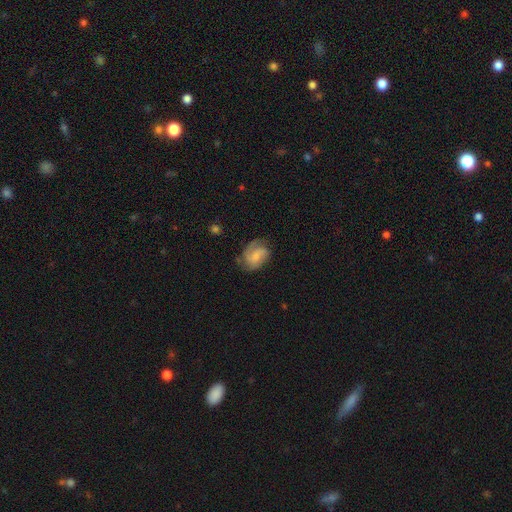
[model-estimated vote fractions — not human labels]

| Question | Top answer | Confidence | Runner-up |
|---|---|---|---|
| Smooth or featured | featured or disk | 66% | smooth (28%) |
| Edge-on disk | no | 97% | yes (3%) |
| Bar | no | 48% | weak (43%) |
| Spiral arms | yes | 91% | no (9%) |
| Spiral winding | medium | 44% | tight (33%) |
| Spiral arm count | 2 | 53% | can't tell (17%) |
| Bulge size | small | 53% | moderate (30%) |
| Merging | none | 62% | minor disturbance (24%) |